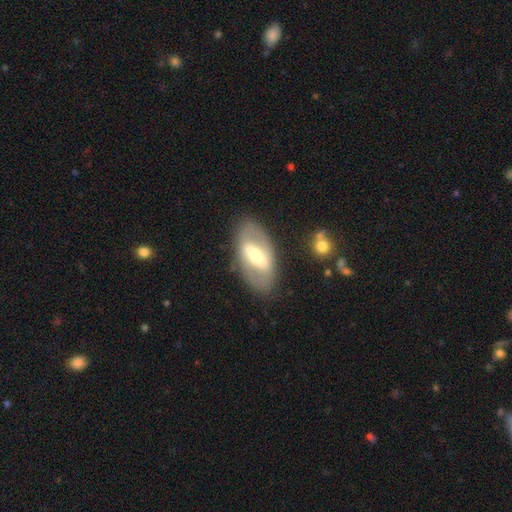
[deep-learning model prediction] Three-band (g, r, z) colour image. It shows a featured or disk galaxy (65%) with a strong bar (63%), no spiral arms (67%) and a moderate central bulge (59%). Merging: none (81%).